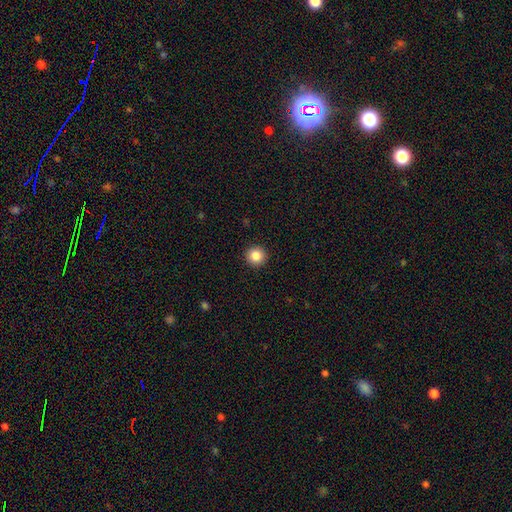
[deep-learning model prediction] Smooth or featured? smooth (85%)
How rounded? round (96%)
Merging? none (93%)